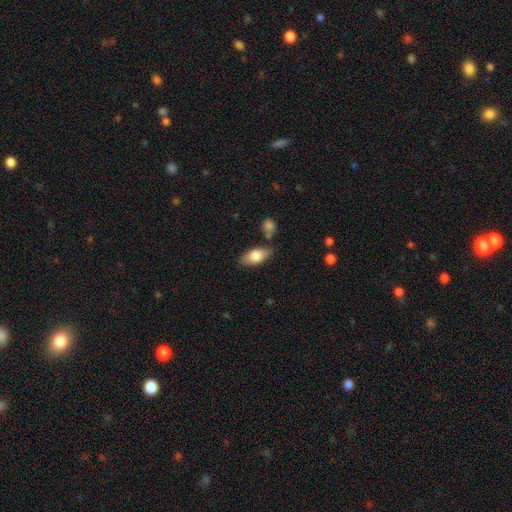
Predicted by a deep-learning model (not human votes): smooth-or-featured: smooth: 77% | featured or disk: 17% | star or artifact: 6%
  how-rounded: in between: 88% | cigar-shaped: 8% | round: 4%
  merging: none: 76% | minor disturbance: 14% | merger: 6% | major disturbance: 3%